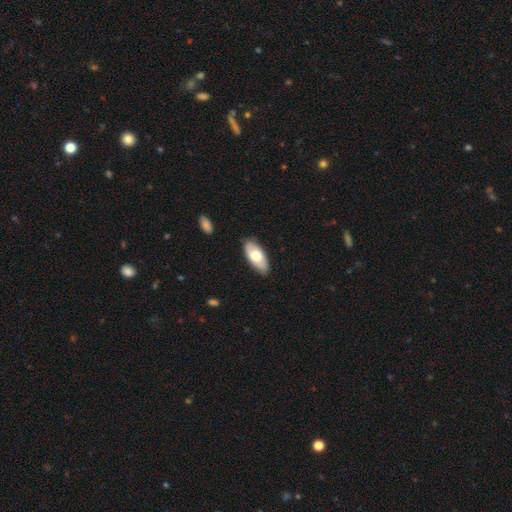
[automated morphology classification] This appears to be a smooth galaxy with no disk features (67%) that is in between round and cigar-shaped (89%). Merging: none (85%).